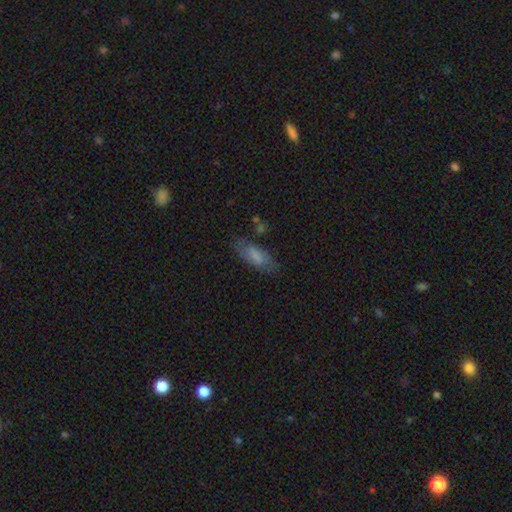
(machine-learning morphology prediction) Smooth or featured? Predicted: smooth (p=0.65). How rounded? Predicted: in between (p=0.76). Merging? Predicted: none (p=0.72).